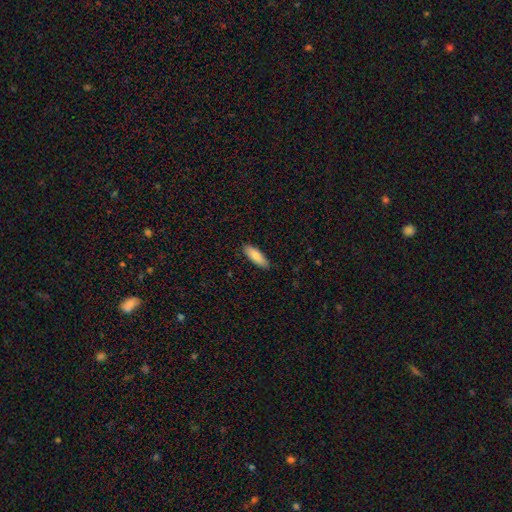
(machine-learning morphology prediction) smooth 81%, featured or disk 14%, star or artifact 6%. Down the decision tree: how rounded — in between (62%); merging — none (88%).